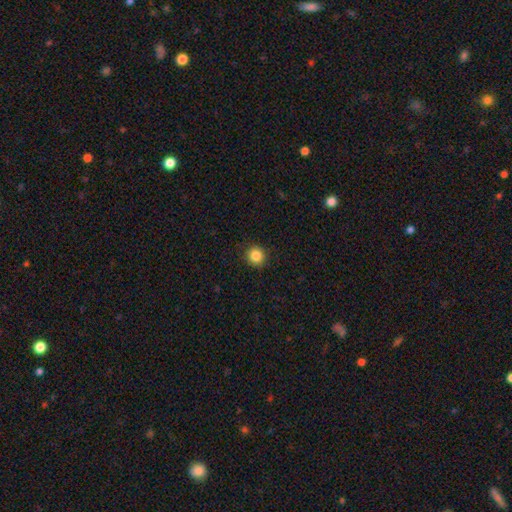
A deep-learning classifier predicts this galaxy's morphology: Q: Smooth or featured?
A: smooth (85%); runner-up: star or artifact (10%)
Q: How rounded?
A: round (93%); runner-up: in between (6%)
Q: Merging?
A: none (91%); runner-up: minor disturbance (6%)